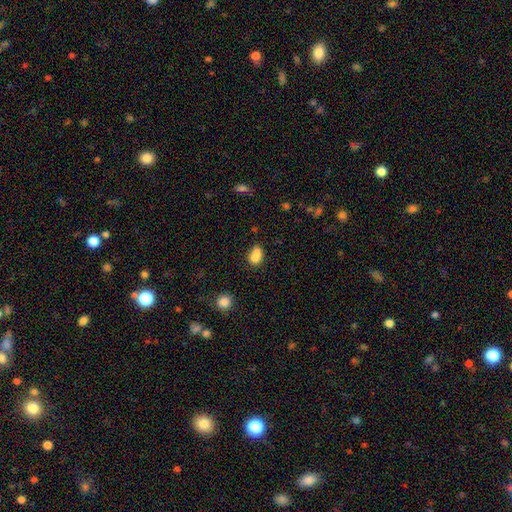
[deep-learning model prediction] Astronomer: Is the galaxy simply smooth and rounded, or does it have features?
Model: smooth — 80%.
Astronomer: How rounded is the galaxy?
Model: in between — 72%.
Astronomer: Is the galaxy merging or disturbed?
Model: none — 42% (runner-up: merger, 35%).